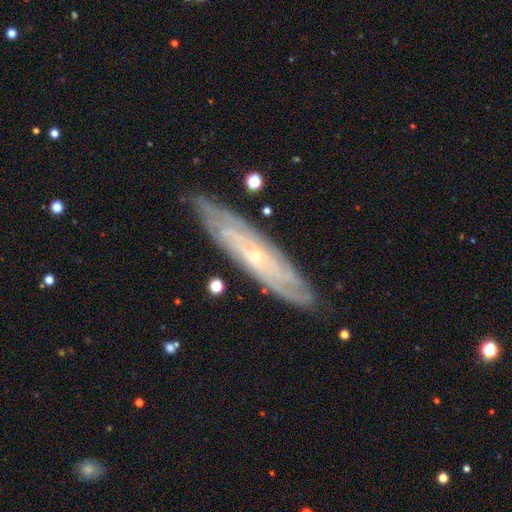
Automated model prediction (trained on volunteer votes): Smooth or featured? featured or disk (81%)
Edge-on disk? no (68%)
Bar? no (73%)
Spiral arms? yes (93%)
Spiral winding? tight (74%)
Spiral arm count? can't tell (50%)
Bulge size? small (84%)
Merging? none (83%)